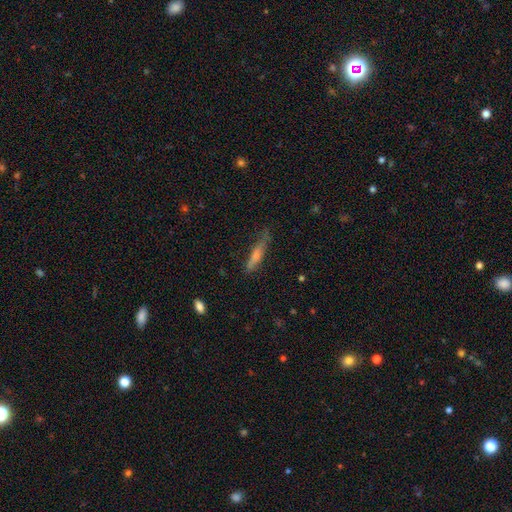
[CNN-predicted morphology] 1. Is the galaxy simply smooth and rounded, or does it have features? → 47% smooth, 43% featured or disk, 10% star or artifact.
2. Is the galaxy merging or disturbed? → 69% none, 22% minor disturbance, 6% major disturbance, 2% merger.